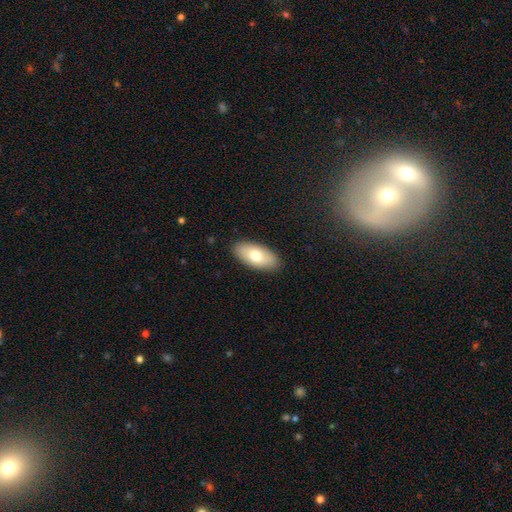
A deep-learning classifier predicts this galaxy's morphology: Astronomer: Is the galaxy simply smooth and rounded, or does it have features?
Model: smooth — 73%.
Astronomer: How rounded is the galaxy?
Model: in between — 92%.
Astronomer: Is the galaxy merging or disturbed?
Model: none — 88%.